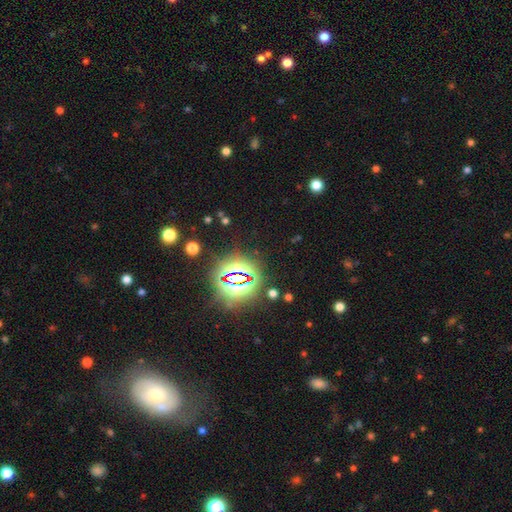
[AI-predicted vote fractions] Morphology: type=star or artifact (77%).